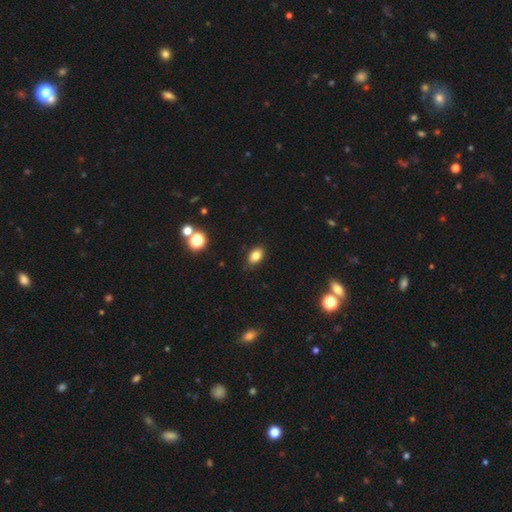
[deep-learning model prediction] smooth_or_featured: smooth (p=0.82) [alt: star or artifact p=0.11]
how_rounded: in between (p=0.83) [alt: round p=0.16]
merging: none (p=0.86) [alt: minor disturbance p=0.10]